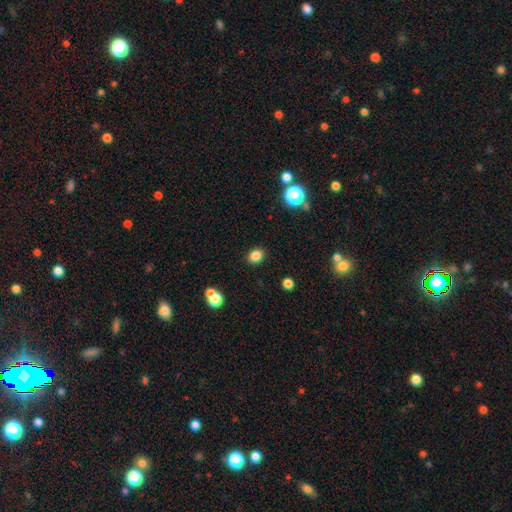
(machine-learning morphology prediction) smooth-or-featured: smooth: 84% | star or artifact: 11% | featured or disk: 5%
  how-rounded: in between: 55% | round: 44% | cigar-shaped: 1%
  merging: none: 88% | minor disturbance: 8% | major disturbance: 2% | merger: 2%